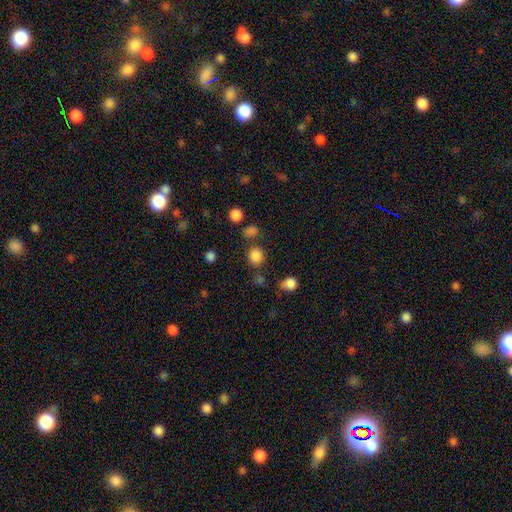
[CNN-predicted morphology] smooth_or_featured: smooth (p=0.82) [alt: star or artifact p=0.14]
how_rounded: round (p=0.78) [alt: in between p=0.21]
merging: none (p=0.76) [alt: minor disturbance p=0.11]